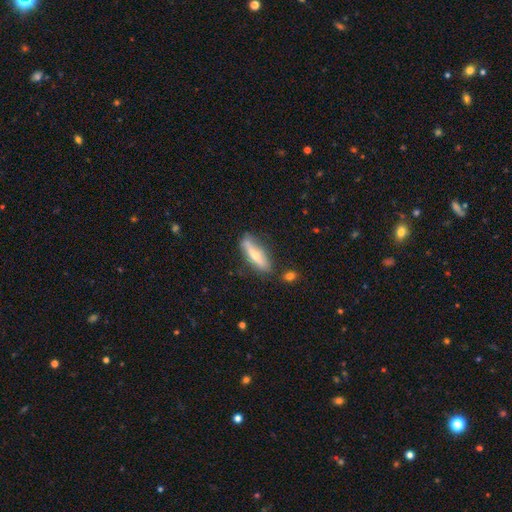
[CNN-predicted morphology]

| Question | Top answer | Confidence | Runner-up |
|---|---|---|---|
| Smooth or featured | smooth | 51% | featured or disk (42%) |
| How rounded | cigar-shaped | 67% | in between (31%) |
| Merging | none | 70% | minor disturbance (20%) |